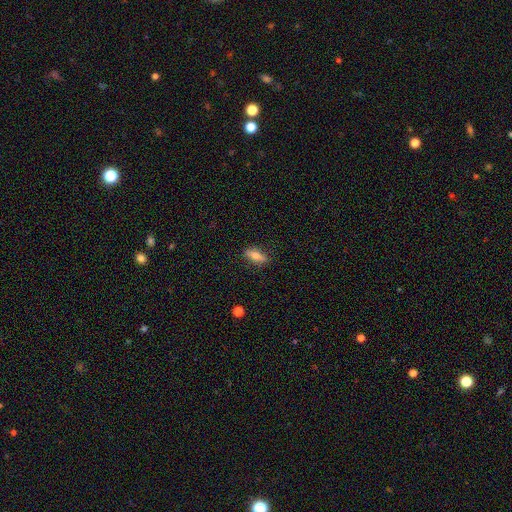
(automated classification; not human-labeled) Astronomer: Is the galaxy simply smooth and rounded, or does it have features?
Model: smooth — 64%.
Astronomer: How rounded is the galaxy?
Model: in between — 56% (runner-up: cigar-shaped, 40%).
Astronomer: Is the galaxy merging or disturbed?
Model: none — 84%.